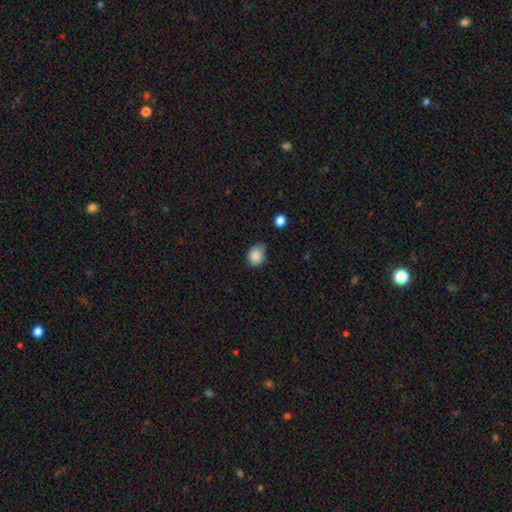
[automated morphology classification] Smooth or featured?
  - smooth: 86% *
  - star or artifact: 9%
  - featured or disk: 5%
How rounded?
  - round: 66% *
  - in between: 33%
  - cigar-shaped: 1%
Merging?
  - none: 61% *
  - minor disturbance: 31%
  - major disturbance: 5%
  - merger: 3%